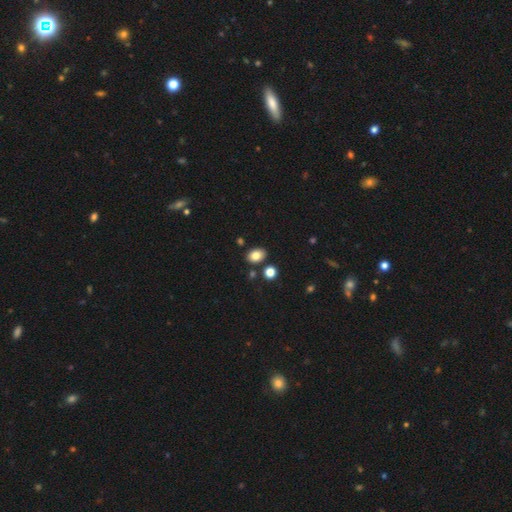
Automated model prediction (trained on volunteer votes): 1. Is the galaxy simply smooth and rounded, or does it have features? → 83% smooth, 10% star or artifact, 7% featured or disk.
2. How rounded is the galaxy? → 78% in between, 21% round, 1% cigar-shaped.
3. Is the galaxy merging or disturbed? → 83% none, 9% minor disturbance, 6% merger, 2% major disturbance.